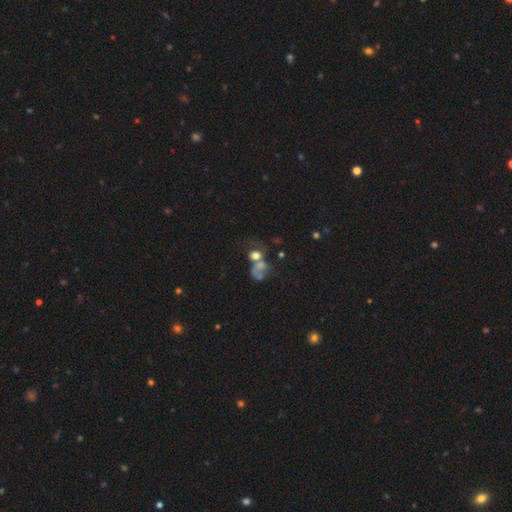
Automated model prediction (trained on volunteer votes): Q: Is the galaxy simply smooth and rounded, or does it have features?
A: smooth — 54%.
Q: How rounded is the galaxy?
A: round — 50%.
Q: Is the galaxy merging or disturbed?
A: merger — 52%.